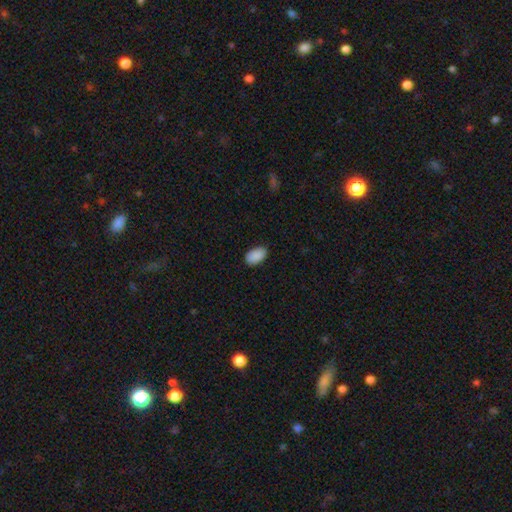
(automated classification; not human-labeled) Smooth or featured: smooth — 90% (star or artifact — 7%)
How rounded: in between — 93% (round — 6%)
Merging: none — 83% (minor disturbance — 14%)